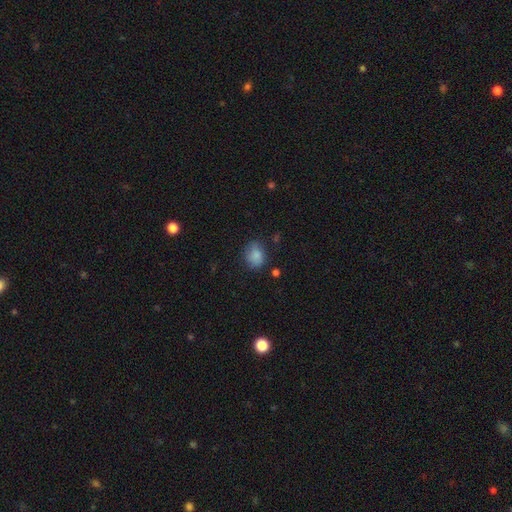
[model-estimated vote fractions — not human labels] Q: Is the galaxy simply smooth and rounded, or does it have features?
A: smooth — 83%.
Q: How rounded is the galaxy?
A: in between — 56%.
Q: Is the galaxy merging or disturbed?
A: none — 69%.